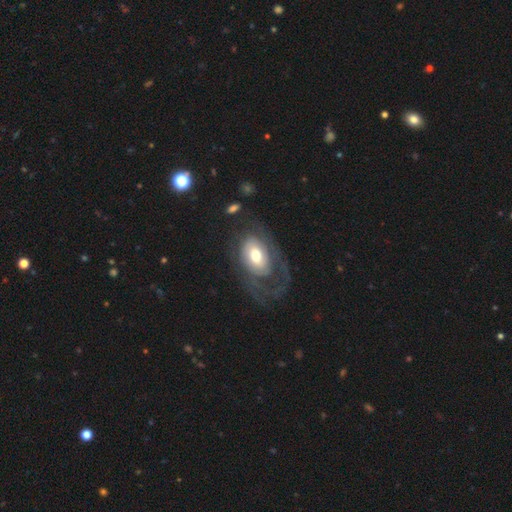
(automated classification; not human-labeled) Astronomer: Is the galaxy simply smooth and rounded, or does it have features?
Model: featured or disk — 71%.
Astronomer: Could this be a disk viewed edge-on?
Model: no — 95%.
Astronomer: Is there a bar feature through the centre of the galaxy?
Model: no — 63%.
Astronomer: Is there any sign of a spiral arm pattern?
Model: yes — 76%.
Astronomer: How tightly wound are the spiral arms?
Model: tight — 52% (runner-up: medium, 31%).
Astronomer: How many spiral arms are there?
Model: can't tell — 37% (runner-up: 2, 31%).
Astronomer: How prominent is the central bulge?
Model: moderate — 59%.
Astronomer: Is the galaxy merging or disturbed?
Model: none — 45% (runner-up: major disturbance, 34%).